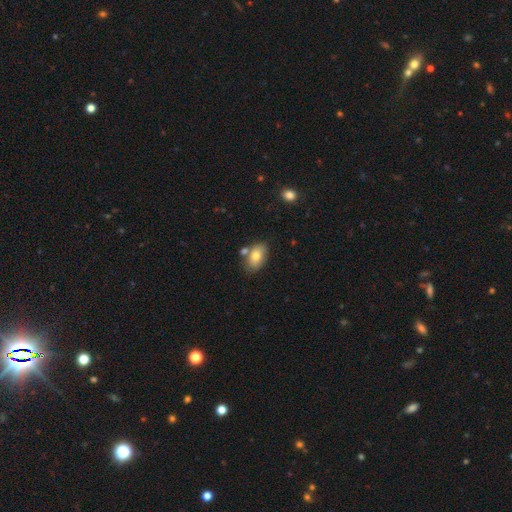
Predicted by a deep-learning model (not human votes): A smooth galaxy with no disk features (77%) that is in between round and cigar-shaped (90%). Merging: none (65%).